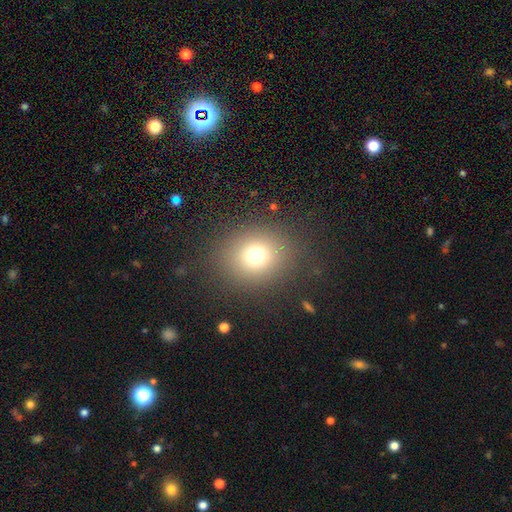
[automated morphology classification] Smooth or featured? smooth (71%)
How rounded? round (79%)
Merging? none (85%)